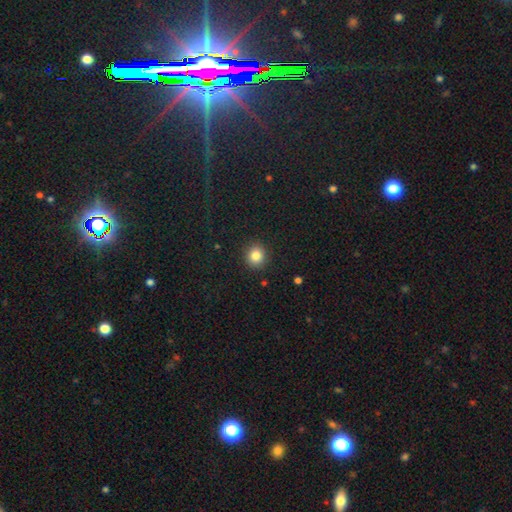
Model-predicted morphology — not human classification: Q: Smooth or featured?
A: smooth (84%); runner-up: star or artifact (11%)
Q: How rounded?
A: round (86%); runner-up: in between (13%)
Q: Merging?
A: none (91%); runner-up: minor disturbance (6%)